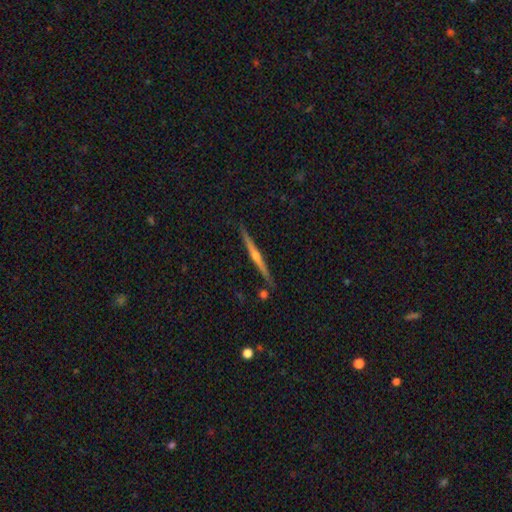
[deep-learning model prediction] A featured or disk galaxy (82%) viewed edge-on (99%) with a rounded central bulge (88%).

Vote fractions:
- Smooth or featured? featured or disk: 82% / smooth: 12% / star or artifact: 6%
- Edge-on disk? yes: 99% / no: 1%
- Edge-on bulge? rounded: 88% / none: 8% / boxy: 4%
- Merging? none: 90% / minor disturbance: 7% / merger: 2% / major disturbance: 1%